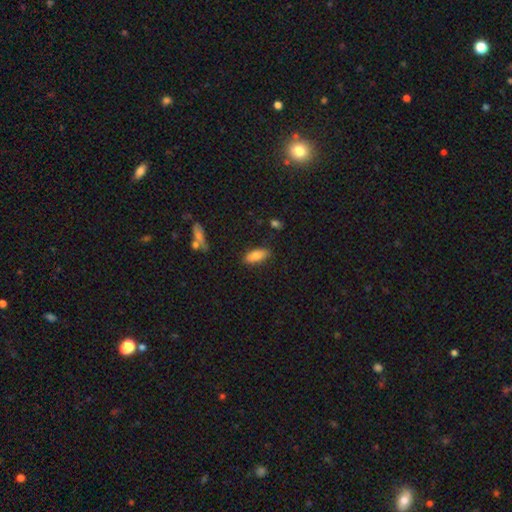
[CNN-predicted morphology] Smooth or featured: smooth — 83% (featured or disk — 10%)
How rounded: in between — 80% (cigar-shaped — 18%)
Merging: none — 84% (minor disturbance — 12%)